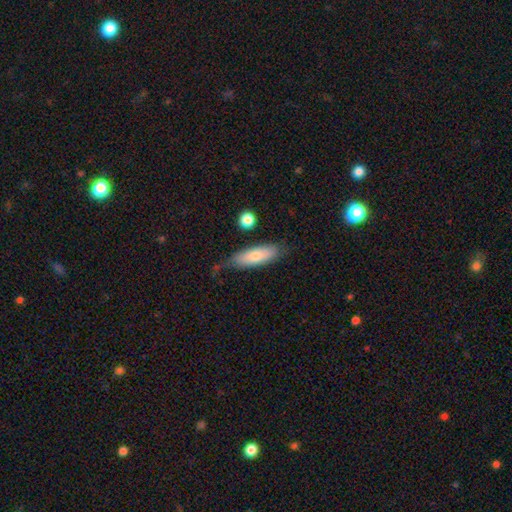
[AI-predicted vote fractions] Morphology: type=smooth (73%); roundness=in between (51%); merging=none (65%).